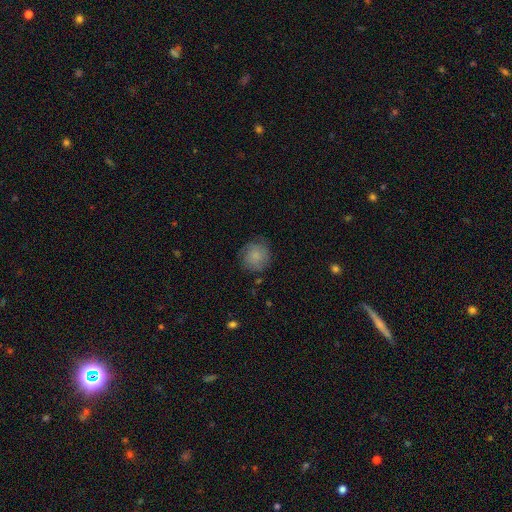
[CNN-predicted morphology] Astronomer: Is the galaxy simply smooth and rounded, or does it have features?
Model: smooth — 79%.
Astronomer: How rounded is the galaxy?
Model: round — 91%.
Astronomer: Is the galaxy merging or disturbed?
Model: none — 74%.